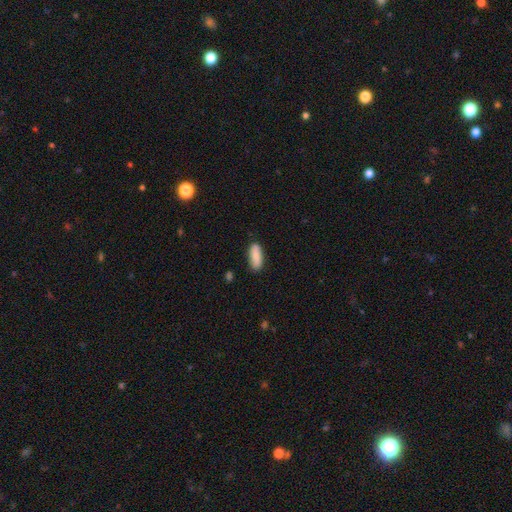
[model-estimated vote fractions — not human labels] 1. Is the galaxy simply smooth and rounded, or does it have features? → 86% smooth, 8% featured or disk, 6% star or artifact.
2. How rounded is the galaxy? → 74% in between, 24% cigar-shaped, 2% round.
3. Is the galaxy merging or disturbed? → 85% none, 11% minor disturbance, 2% major disturbance, 1% merger.